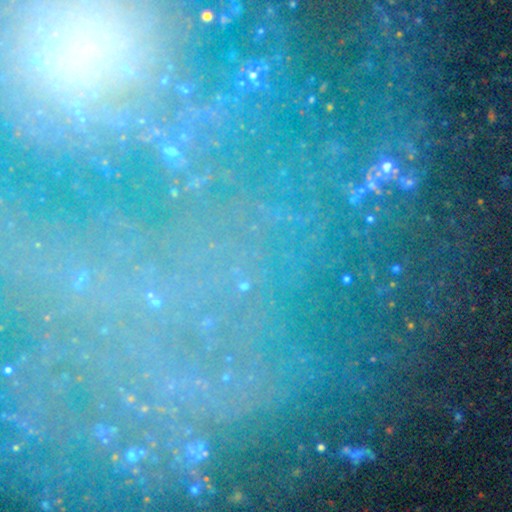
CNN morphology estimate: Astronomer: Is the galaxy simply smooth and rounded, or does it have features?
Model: star or artifact — 61%.